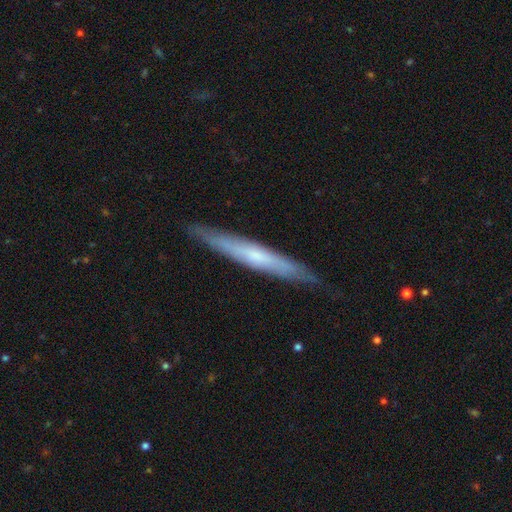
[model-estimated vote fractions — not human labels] Q: Smooth or featured?
A: featured or disk (52%); runner-up: smooth (42%)
Q: Edge-on disk?
A: yes (91%); runner-up: no (9%)
Q: Merging?
A: none (87%); runner-up: minor disturbance (10%)